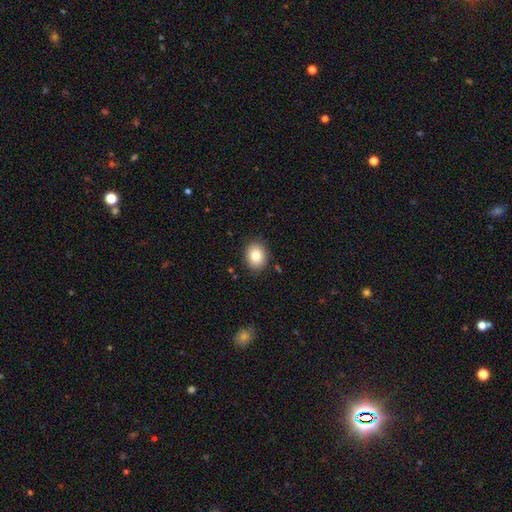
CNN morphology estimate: Smooth or featured: smooth — 82% (featured or disk — 9%)
How rounded: in between — 50% (round — 49%)
Merging: none — 87% (minor disturbance — 9%)